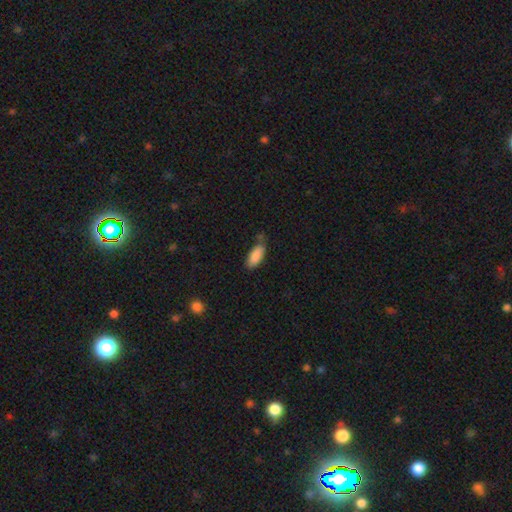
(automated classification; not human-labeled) Smooth or featured: smooth — 88% (star or artifact — 6%)
How rounded: in between — 81% (cigar-shaped — 18%)
Merging: none — 62% (minor disturbance — 28%)